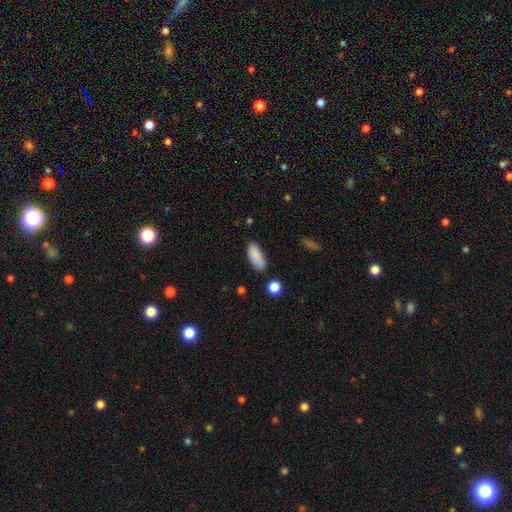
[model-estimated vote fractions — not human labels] Overall: smooth (88%). How rounded: in between (81%). Merging: none (79%).